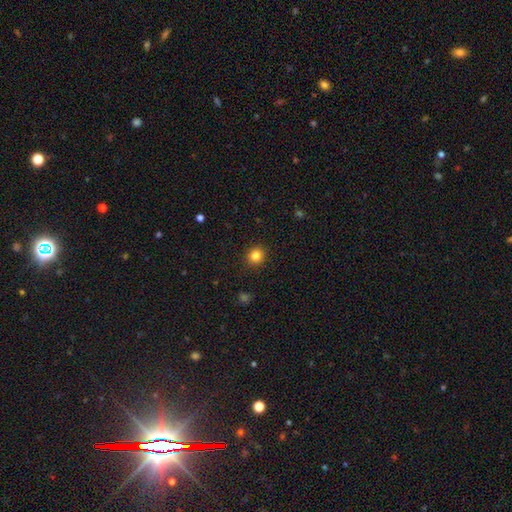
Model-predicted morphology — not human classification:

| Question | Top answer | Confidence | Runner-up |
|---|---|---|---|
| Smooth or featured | smooth | 83% | star or artifact (12%) |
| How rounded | round | 86% | in between (13%) |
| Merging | none | 91% | minor disturbance (6%) |